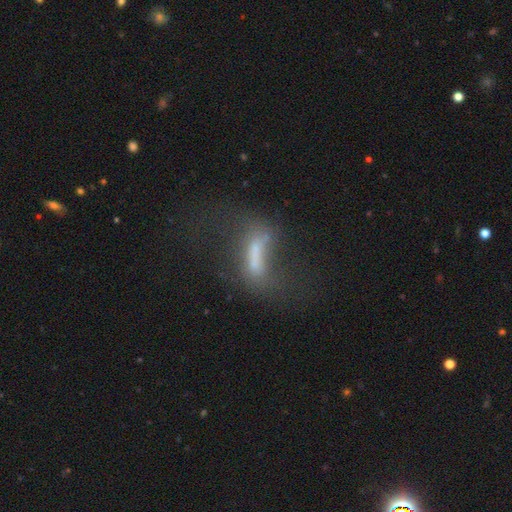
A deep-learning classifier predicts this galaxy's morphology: Smooth or featured: featured or disk — 50% (smooth — 36%)
Edge-on disk: no — 80% (yes — 20%)
Merging: major disturbance — 39% (none — 33%)